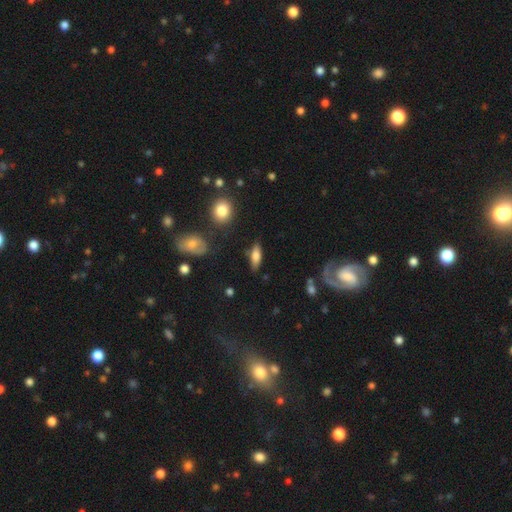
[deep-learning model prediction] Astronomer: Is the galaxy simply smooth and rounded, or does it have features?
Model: smooth — 68%.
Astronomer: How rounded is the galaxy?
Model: in between — 65%.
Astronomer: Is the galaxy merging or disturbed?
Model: none — 80%.